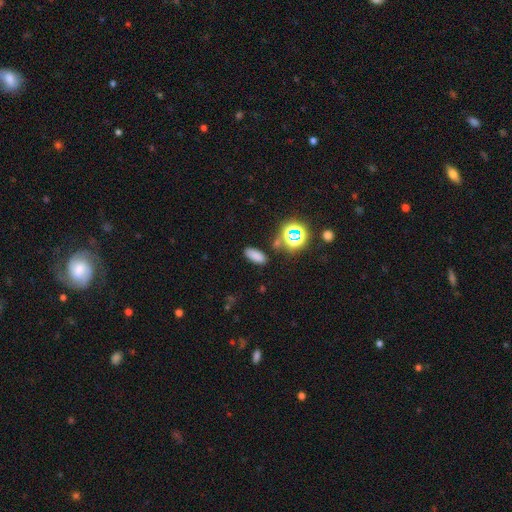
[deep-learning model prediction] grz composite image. It shows a smooth galaxy with no disk features (75%) that is in between round and cigar-shaped (82%). Merging: none (83%).